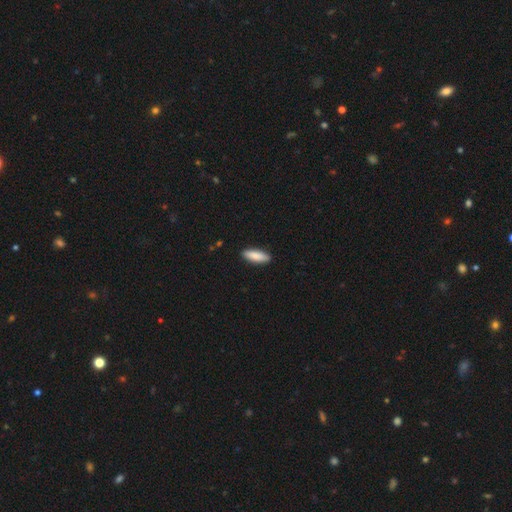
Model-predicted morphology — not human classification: smooth 87%, featured or disk 8%, star or artifact 5%. Down the decision tree: how rounded — in between (55%); merging — none (90%).